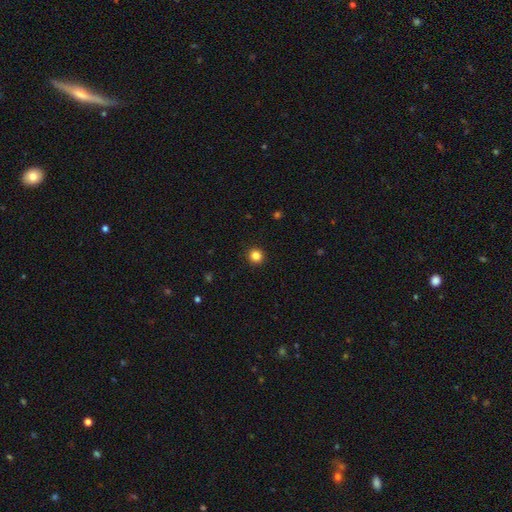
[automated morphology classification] smooth 84%, star or artifact 12%, featured or disk 4%. Down the decision tree: how rounded — round (94%); merging — none (93%).